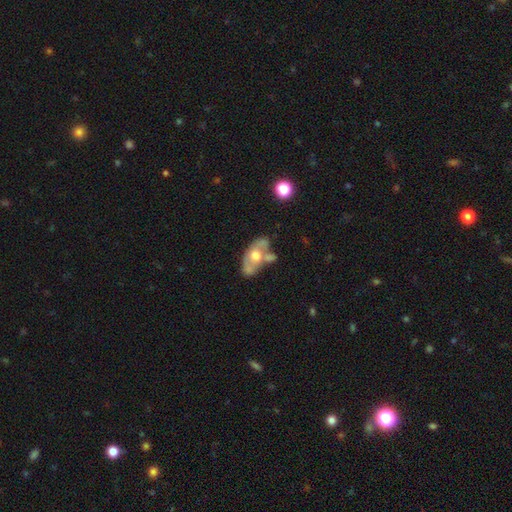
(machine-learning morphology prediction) Q: Smooth or featured?
A: featured or disk (58%); runner-up: smooth (34%)
Q: Edge-on disk?
A: no (86%); runner-up: yes (14%)
Q: Bar?
A: no (85%); runner-up: weak (11%)
Q: Spiral arms?
A: no (76%); runner-up: yes (24%)
Q: Bulge size?
A: moderate (68%); runner-up: large (20%)
Q: Merging?
A: none (37%); runner-up: merger (32%)